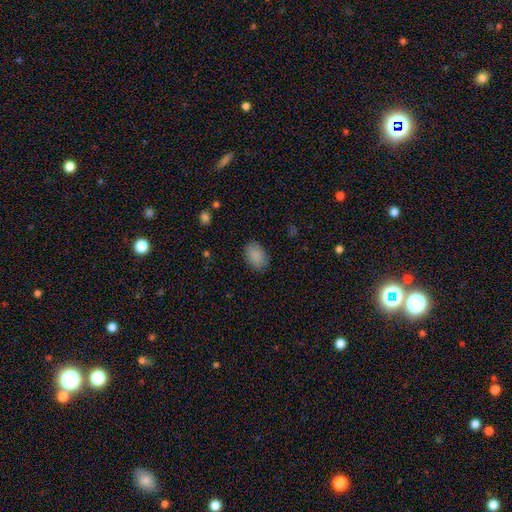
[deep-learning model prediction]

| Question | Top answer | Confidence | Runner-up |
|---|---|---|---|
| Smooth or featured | smooth | 88% | star or artifact (8%) |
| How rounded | in between | 81% | round (18%) |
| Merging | none | 84% | minor disturbance (12%) |